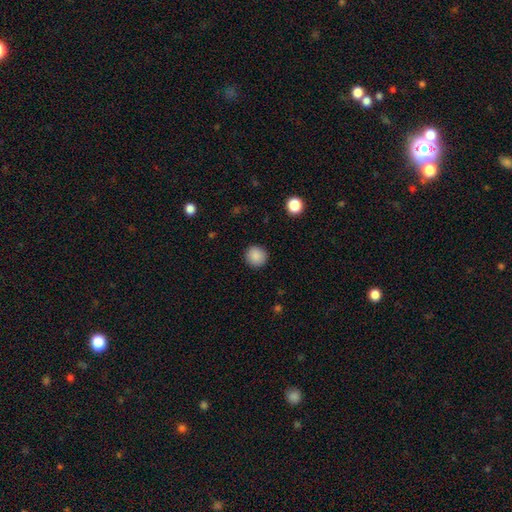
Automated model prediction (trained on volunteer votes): smooth 88%, star or artifact 9%, featured or disk 3%. Down the decision tree: how rounded — round (93%); merging — none (91%).